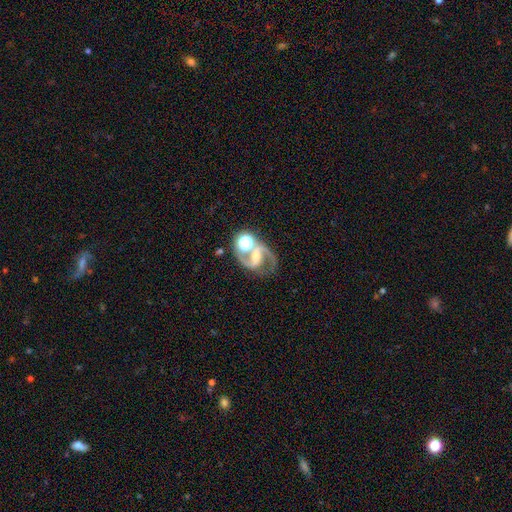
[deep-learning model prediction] Smooth or featured? featured or disk (87%)
Edge-on disk? no (98%)
Bar? strong (40%)
Spiral arms? yes (97%)
Spiral winding? medium (62%)
Spiral arm count? 2 (93%)
Bulge size? moderate (55%)
Merging? none (63%)